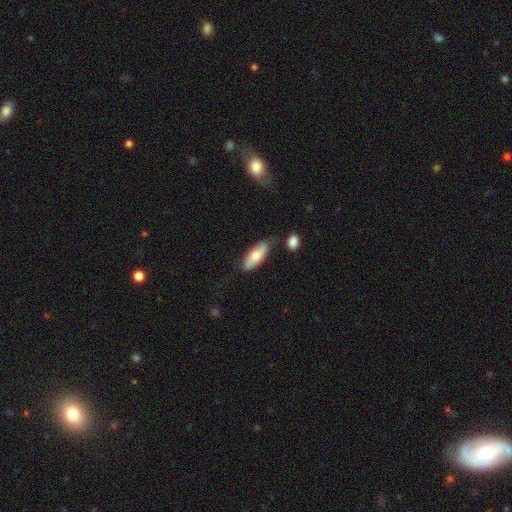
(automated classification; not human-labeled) Morphology: type=smooth (68%); roundness=in between (72%); merging=none (70%).